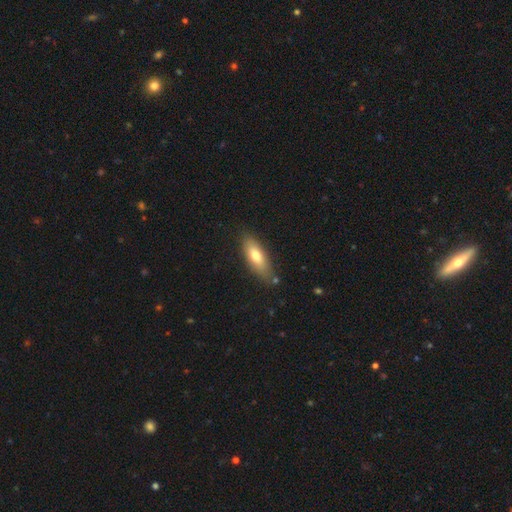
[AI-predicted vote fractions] Overall: smooth (71%). How rounded: in between (66%; cigar-shaped 32%). Merging: none (79%).